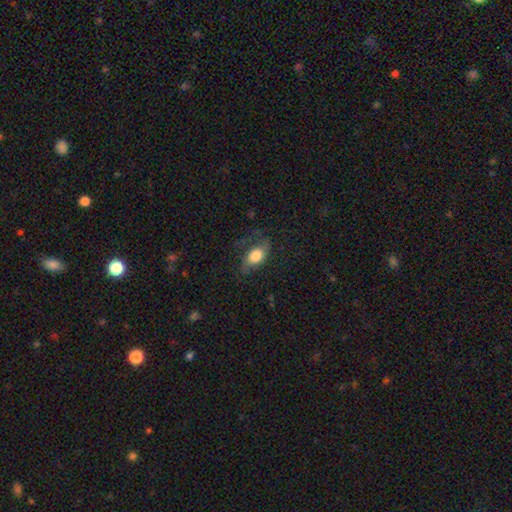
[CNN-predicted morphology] Smooth or featured? Predicted: smooth (p=0.66). How rounded? Predicted: in between (p=0.84). Merging? Predicted: none (p=0.53).